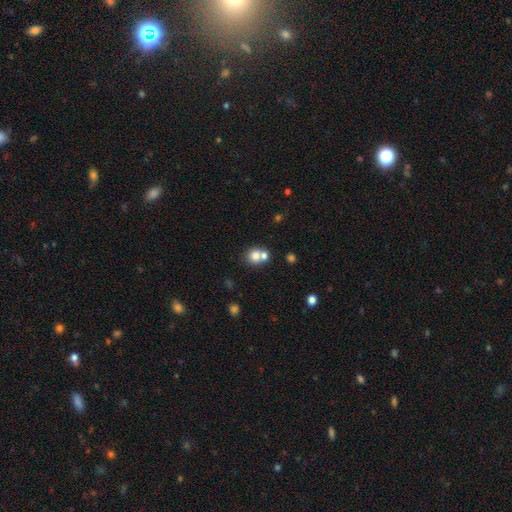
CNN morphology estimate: Smooth or featured? Predicted: smooth (p=0.74). How rounded? Predicted: round (p=0.78). Merging? Predicted: none (p=0.45).